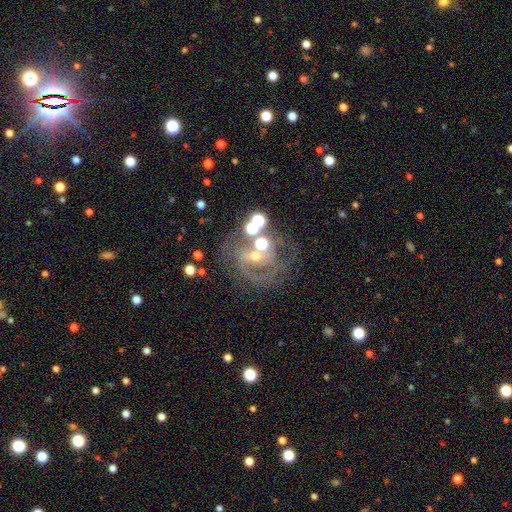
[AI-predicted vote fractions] Smooth or featured? featured or disk (74%)
Edge-on disk? no (97%)
Bar? weak (37%)
Spiral arms? yes (87%)
Spiral winding? tight (52%)
Spiral arm count? 2 (50%)
Bulge size? moderate (46%, tied with small)
Merging? none (59%)